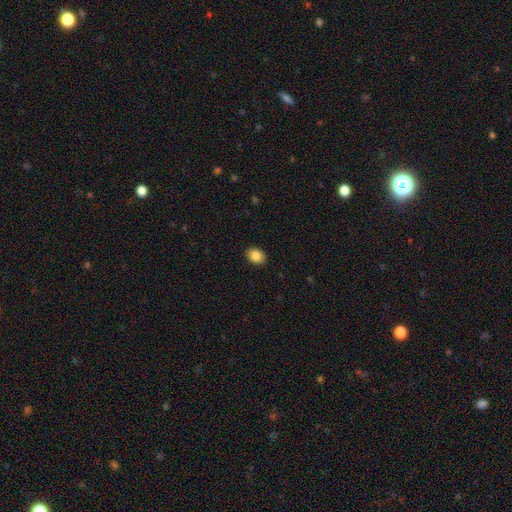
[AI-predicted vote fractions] smooth-or-featured: smooth: 86% | star or artifact: 8% | featured or disk: 5%
  how-rounded: in between: 69% | round: 30% | cigar-shaped: 1%
  merging: none: 90% | minor disturbance: 8% | major disturbance: 2% | merger: 1%